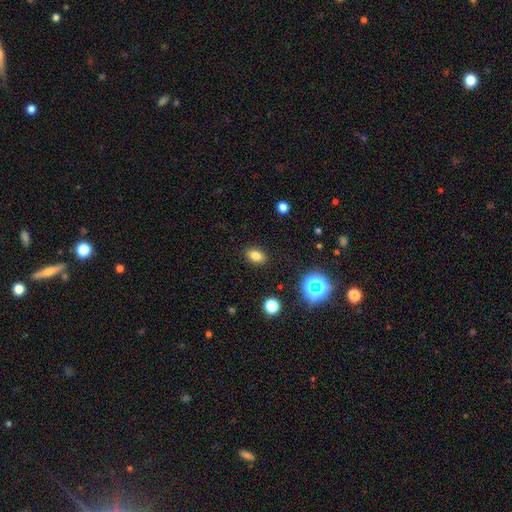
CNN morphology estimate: type=smooth (79%); roundness=in between (81%); merging=none (88%).